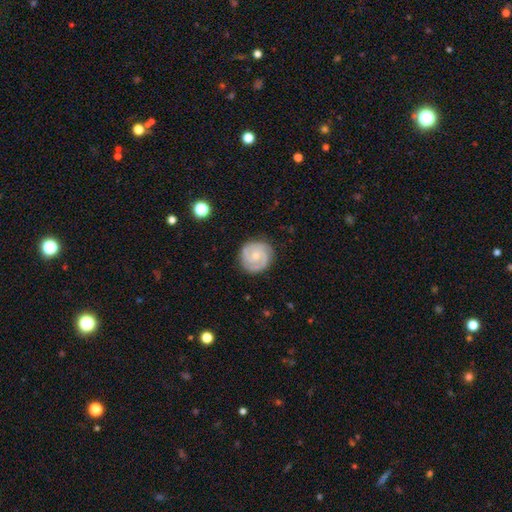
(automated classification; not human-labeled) smooth-or-featured: featured or disk: 84% | smooth: 12% | star or artifact: 5%
  disk-edge-on: no: 98% | yes: 2%
    bar: no: 67% | weak: 28% | strong: 5%
    has-spiral-arms: yes: 97% | no: 3%
      spiral-winding: tight: 65% | medium: 31% | loose: 5%
      spiral-arm-count: 2: 63% | 3: 21% | can't tell: 8% | 4: 3% | 1: 3% | more than 4: 2%
    bulge-size: small: 64% | moderate: 31% | none: 3% | large: 1% | dominant: 1%
  merging: none: 84% | minor disturbance: 12% | major disturbance: 3% | merger: 1%